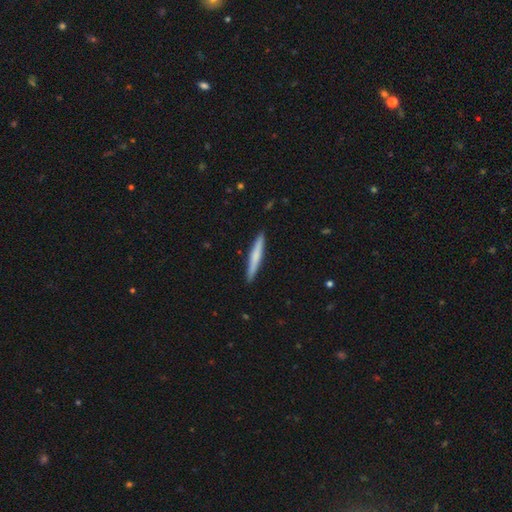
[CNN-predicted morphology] Smooth or featured? Predicted: smooth (p=0.63). How rounded? Predicted: cigar-shaped (p=0.96). Merging? Predicted: none (p=0.91).